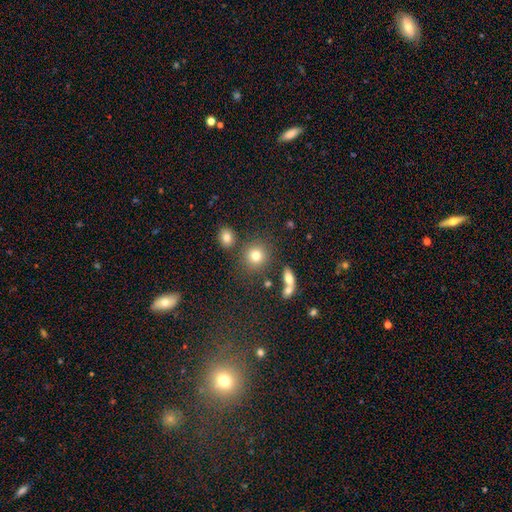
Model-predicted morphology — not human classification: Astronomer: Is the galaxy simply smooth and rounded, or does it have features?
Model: smooth — 77%.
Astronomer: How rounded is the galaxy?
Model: round — 87%.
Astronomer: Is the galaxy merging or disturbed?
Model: none — 78%.